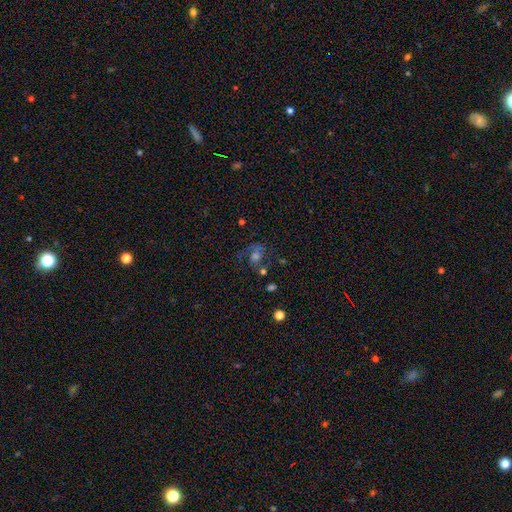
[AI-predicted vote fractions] Q: Smooth or featured?
A: featured or disk (56%); runner-up: smooth (25%)
Q: Edge-on disk?
A: no (97%); runner-up: yes (3%)
Q: Bar?
A: no (65%); runner-up: weak (28%)
Q: Spiral arms?
A: yes (83%); runner-up: no (17%)
Q: Bulge size?
A: moderate (51%); runner-up: small (21%)
Q: Merging?
A: none (56%); runner-up: major disturbance (20%)